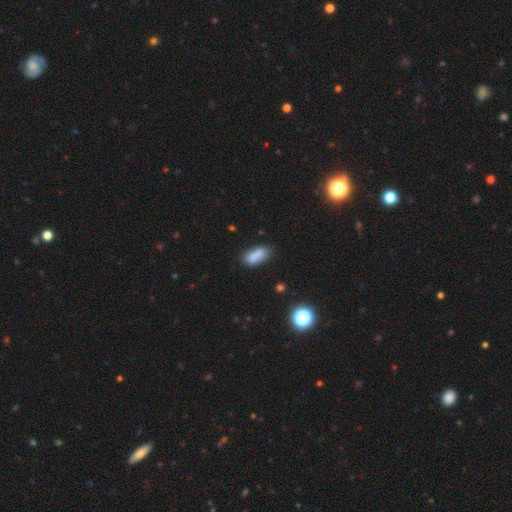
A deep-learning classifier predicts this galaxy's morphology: smooth_or_featured: smooth (p=0.84) [alt: star or artifact p=0.09]
how_rounded: in between (p=0.82) [alt: cigar-shaped p=0.14]
merging: none (p=0.69) [alt: minor disturbance p=0.23]